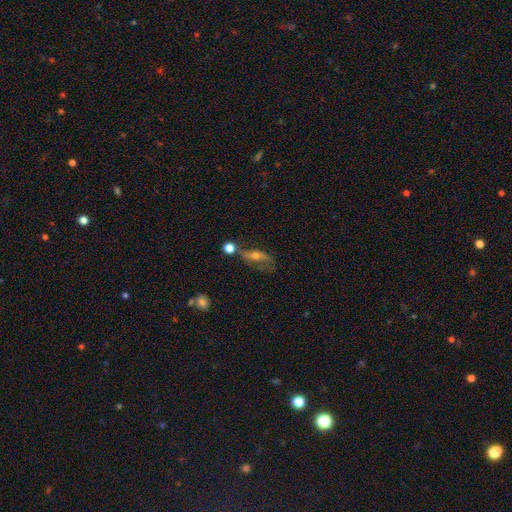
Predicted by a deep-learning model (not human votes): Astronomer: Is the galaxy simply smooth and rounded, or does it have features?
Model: featured or disk — 48% (runner-up: smooth, 40%).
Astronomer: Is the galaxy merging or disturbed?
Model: none — 40% (runner-up: major disturbance, 22%).